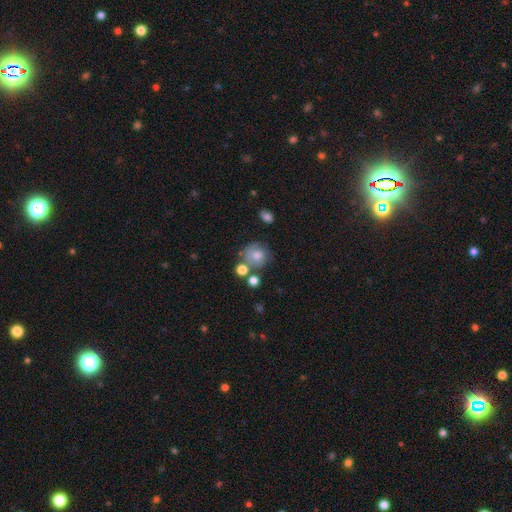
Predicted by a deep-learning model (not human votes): Smooth or featured? Predicted: smooth (p=0.69). How rounded? Predicted: round (p=0.81). Merging? Predicted: none (p=0.53).